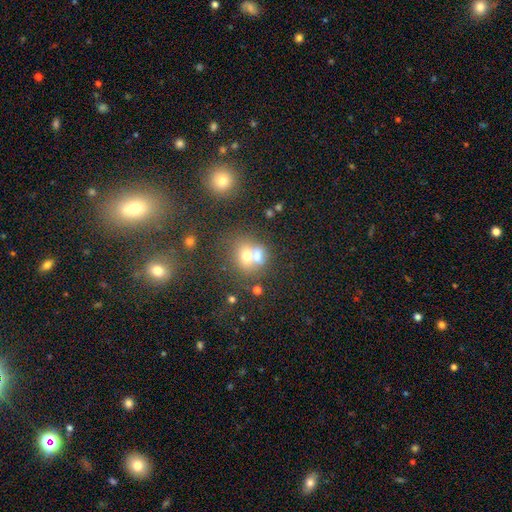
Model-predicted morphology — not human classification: The model was most divided on "merging": merger: 52%, none: 36%, minor disturbance: 8%, major disturbance: 4%. More confident: how rounded — round (71%); smooth or featured — smooth (61%).